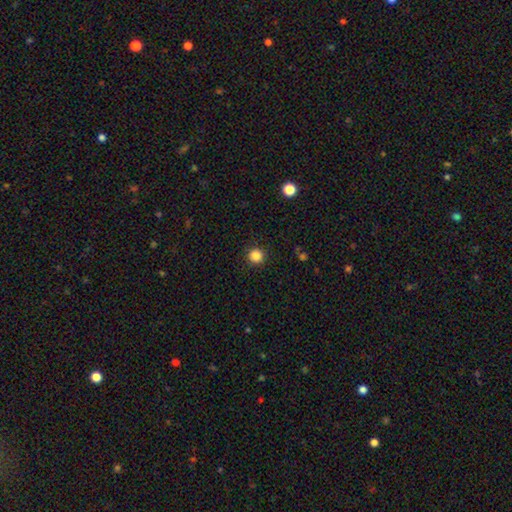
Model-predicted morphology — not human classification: smooth 85%, star or artifact 11%, featured or disk 3%. Down the decision tree: how rounded — round (95%); merging — none (91%).